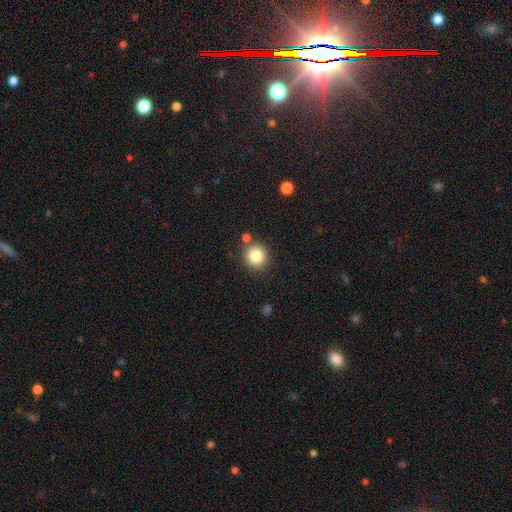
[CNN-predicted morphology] Smooth or featured? Predicted: smooth (p=0.84). How rounded? Predicted: round (p=0.90). Merging? Predicted: none (p=0.82).